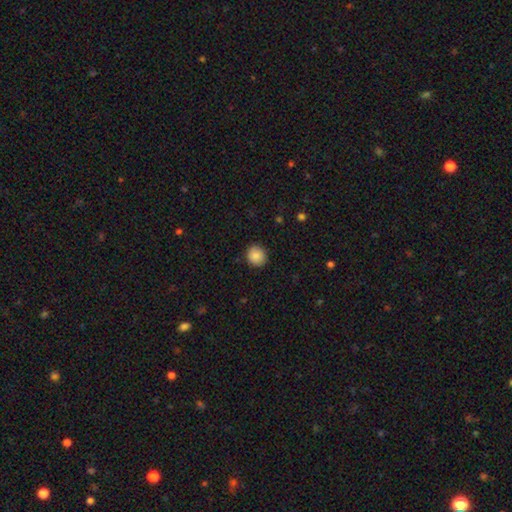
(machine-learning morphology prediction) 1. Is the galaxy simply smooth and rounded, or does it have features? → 88% smooth, 8% star or artifact, 4% featured or disk.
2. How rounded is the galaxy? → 85% round, 14% in between, 1% cigar-shaped.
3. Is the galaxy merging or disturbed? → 90% none, 7% minor disturbance, 2% major disturbance, 1% merger.